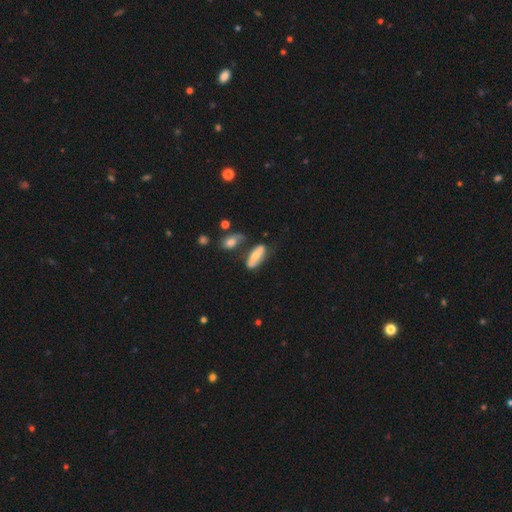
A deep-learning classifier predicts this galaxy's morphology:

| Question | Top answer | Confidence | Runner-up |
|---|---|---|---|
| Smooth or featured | smooth | 52% | featured or disk (41%) |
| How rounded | in between | 67% | cigar-shaped (30%) |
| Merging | none | 51% | minor disturbance (24%) |